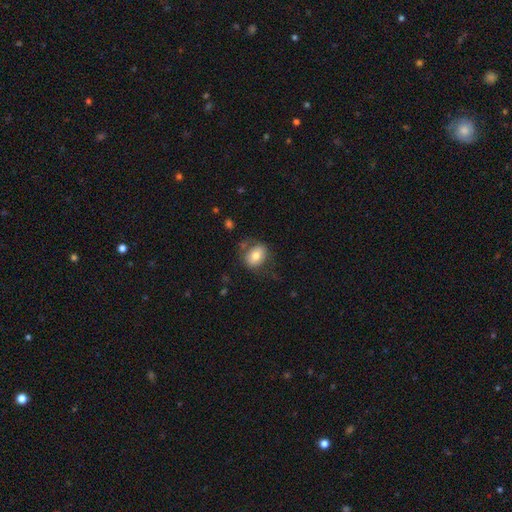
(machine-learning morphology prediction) A smooth galaxy with no disk features (74%) that is in between round and cigar-shaped (60%).

Vote fractions:
- Smooth or featured? smooth: 74% / featured or disk: 18% / star or artifact: 8%
- How rounded? in between: 60% / round: 39% / cigar-shaped: 1%
- Merging? none: 67% / minor disturbance: 19% / major disturbance: 10% / merger: 4%